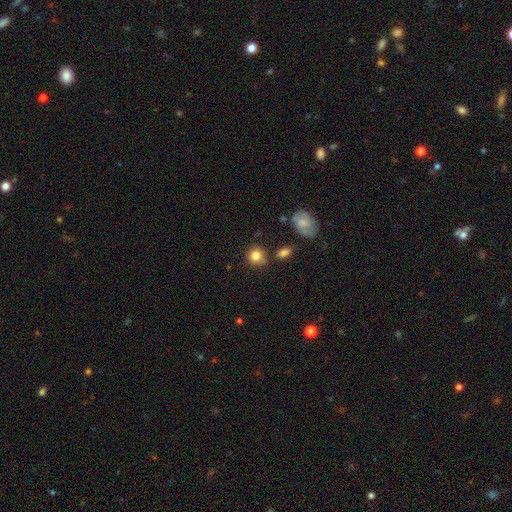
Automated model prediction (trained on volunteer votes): Morphology: type=smooth (83%); roundness=round (86%); merging=none (77%).